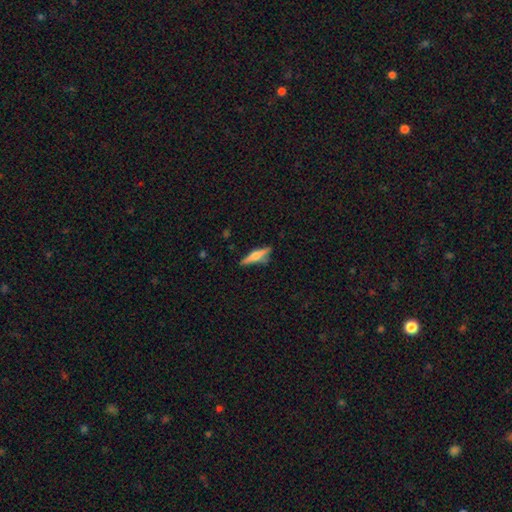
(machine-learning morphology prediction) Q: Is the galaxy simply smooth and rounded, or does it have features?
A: featured or disk — 47%.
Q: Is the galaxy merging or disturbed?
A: none — 76%.